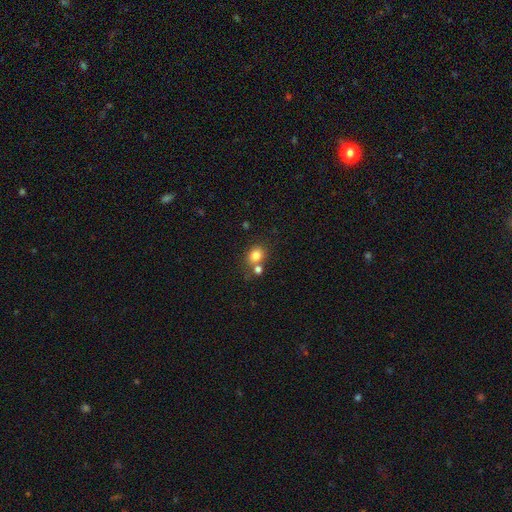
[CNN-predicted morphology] type=smooth (81%); roundness=round (64%); merging=none (61%).